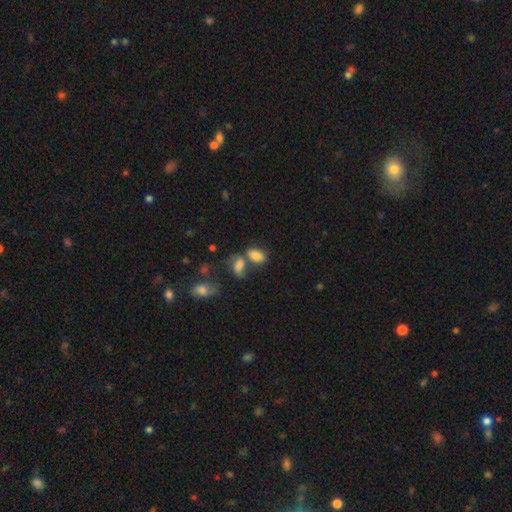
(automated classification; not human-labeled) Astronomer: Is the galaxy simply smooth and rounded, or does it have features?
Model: smooth — 82%.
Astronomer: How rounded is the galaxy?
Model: in between — 89%.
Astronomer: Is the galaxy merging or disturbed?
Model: merger — 41%, tied with none at 41%.